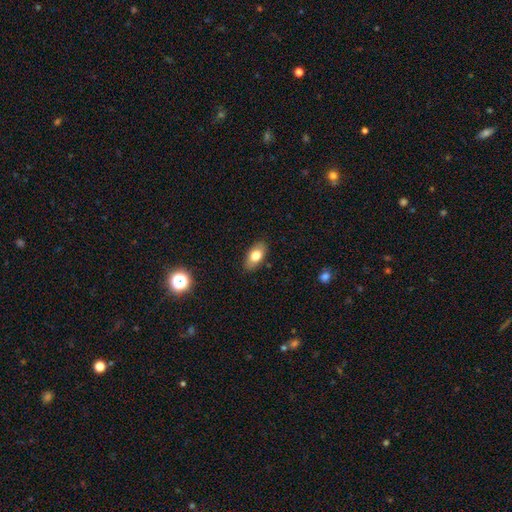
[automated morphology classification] Overall: smooth (76%). How rounded: in between (90%). Merging: none (86%).